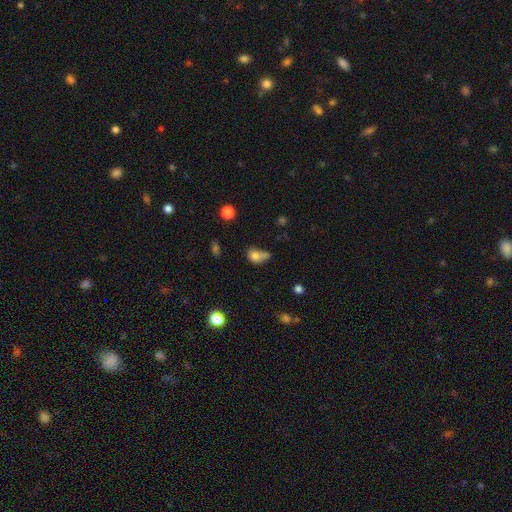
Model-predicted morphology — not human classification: Smooth or featured? Predicted: smooth (p=0.75). How rounded? Predicted: in between (p=0.56). Merging? Predicted: merger (p=0.35).